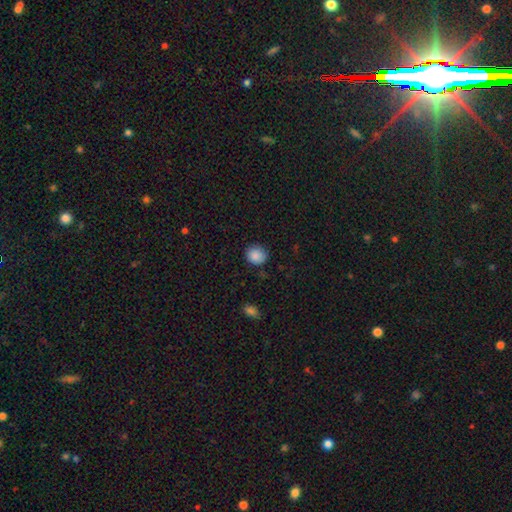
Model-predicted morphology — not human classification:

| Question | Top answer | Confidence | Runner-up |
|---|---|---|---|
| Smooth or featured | smooth | 87% | star or artifact (9%) |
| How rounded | round | 79% | in between (20%) |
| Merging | none | 81% | minor disturbance (15%) |